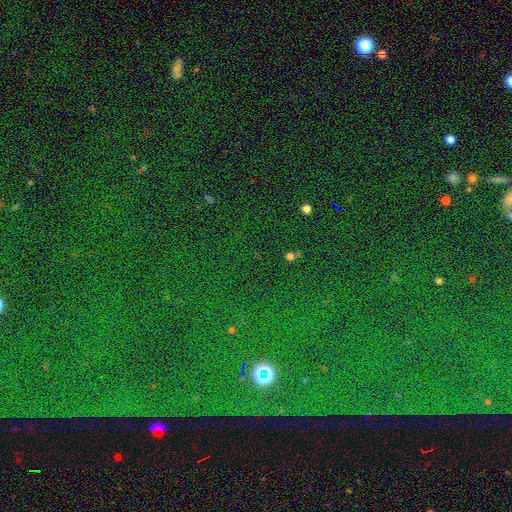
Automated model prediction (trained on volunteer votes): star or artifact 83%, smooth 9%, featured or disk 8%.